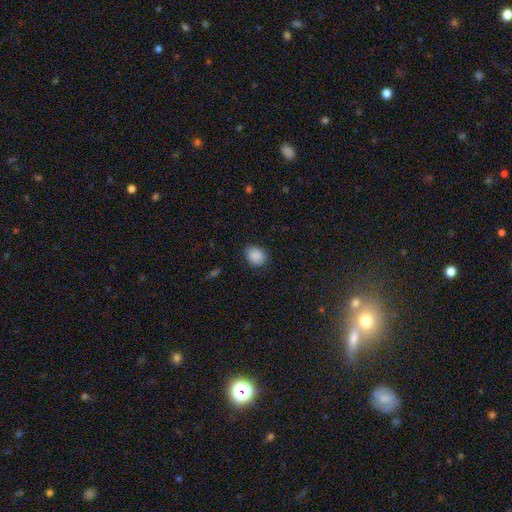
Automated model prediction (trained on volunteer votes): Smooth or featured: smooth — 89% (star or artifact — 9%)
How rounded: round — 60% (in between — 40%)
Merging: none — 85% (minor disturbance — 11%)